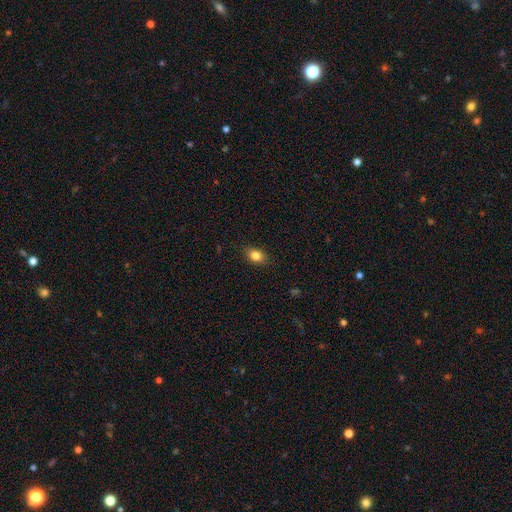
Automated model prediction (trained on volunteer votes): This appears to be a smooth galaxy with no disk features (82%) that is in between round and cigar-shaped (68%). Merging: none (84%).